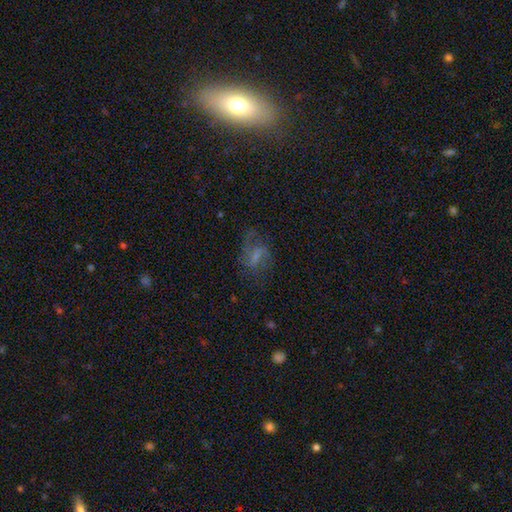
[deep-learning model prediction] Smooth or featured?
  - featured or disk: 60% *
  - smooth: 27%
  - star or artifact: 13%
Edge-on disk?
  - no: 95% *
  - yes: 5%
Bar?
  - weak: 46% *
  - strong: 30%
  - no: 24%
Spiral arms?
  - yes: 79% *
  - no: 21%
Bulge size?
  - none: 44% *
  - small: 30%
  - moderate: 20%
  - large: 5%
  - dominant: 1%
Merging?
  - none: 54% *
  - major disturbance: 24%
  - minor disturbance: 20%
  - merger: 2%